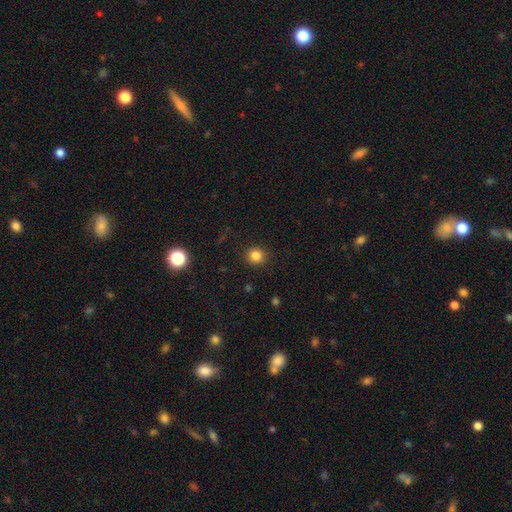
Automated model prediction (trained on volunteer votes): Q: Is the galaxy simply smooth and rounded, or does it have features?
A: smooth — 83%.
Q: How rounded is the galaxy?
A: round — 91%.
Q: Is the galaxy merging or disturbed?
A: none — 91%.